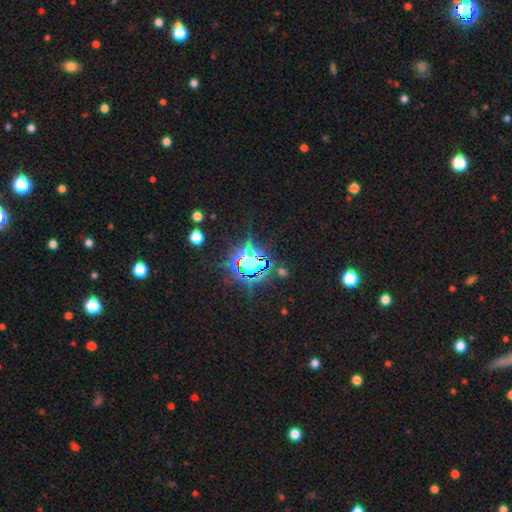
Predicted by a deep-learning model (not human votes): Overall: star or artifact (71%).